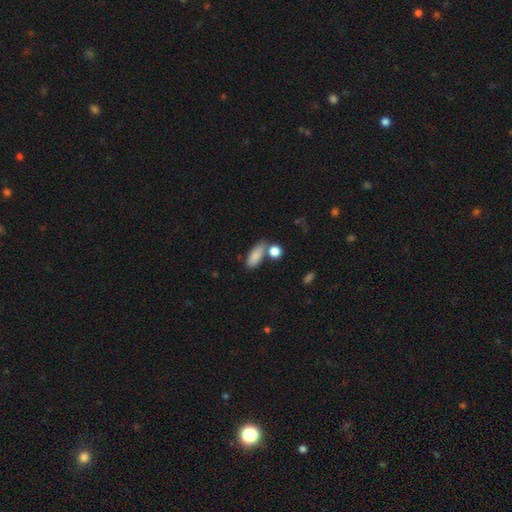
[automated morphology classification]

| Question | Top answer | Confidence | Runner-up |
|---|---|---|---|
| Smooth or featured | smooth | 84% | featured or disk (8%) |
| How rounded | in between | 75% | cigar-shaped (20%) |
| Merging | none | 59% | merger (21%) |